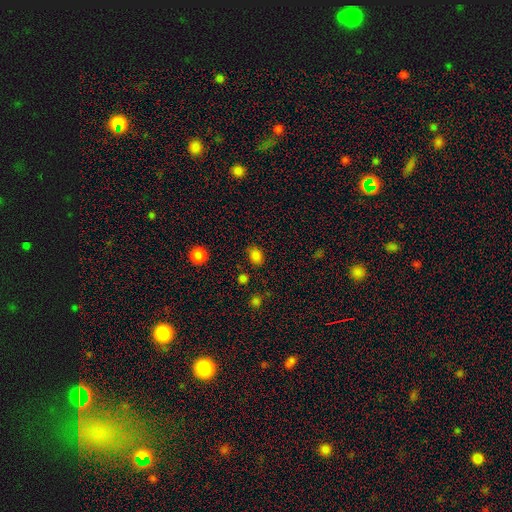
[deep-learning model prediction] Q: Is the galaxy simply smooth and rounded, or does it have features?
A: smooth — 82%.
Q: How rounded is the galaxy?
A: in between — 64%.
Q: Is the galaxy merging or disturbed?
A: none — 79%.